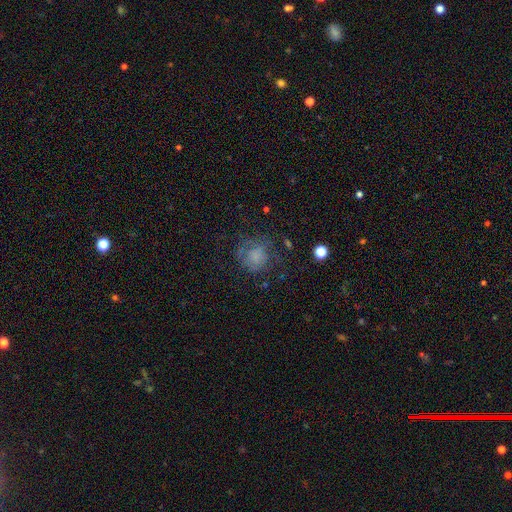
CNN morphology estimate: Overall: smooth (57%; featured or disk 27%). How rounded: round (77%). Merging: none (52%; major disturbance 24%).